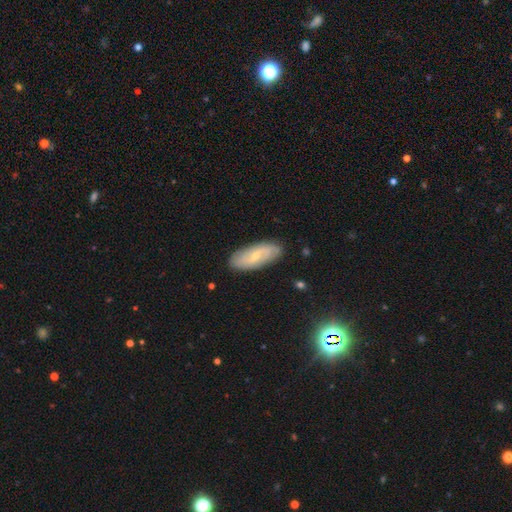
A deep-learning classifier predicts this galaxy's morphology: A featured or disk galaxy (60%) with a weak bar (45%), spiral arms (77%) and a small central bulge (70%).

Vote fractions:
- Smooth or featured? featured or disk: 60% / smooth: 33% / star or artifact: 7%
- Edge-on disk? no: 87% / yes: 13%
- Bar? weak: 45% / no: 40% / strong: 15%
- Spiral arms? yes: 77% / no: 23%
- Bulge size? small: 70% / moderate: 26% / none: 2% / large: 1% / dominant: 1%
- Merging? none: 86% / minor disturbance: 11% / major disturbance: 2% / merger: 1%